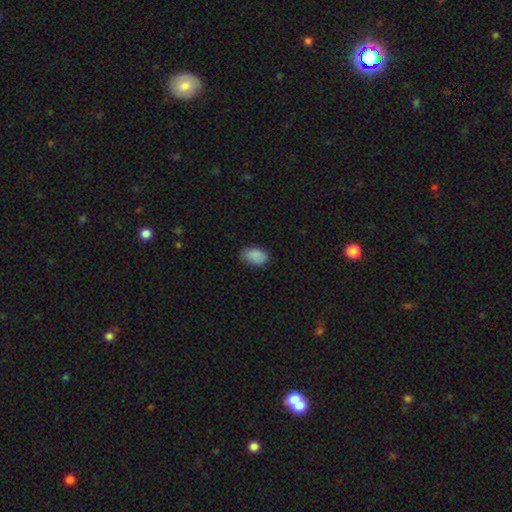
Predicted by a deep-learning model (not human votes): This is clearly a smooth galaxy (88%). How rounded: clearly in between (91%). Merging: likely none (77%).